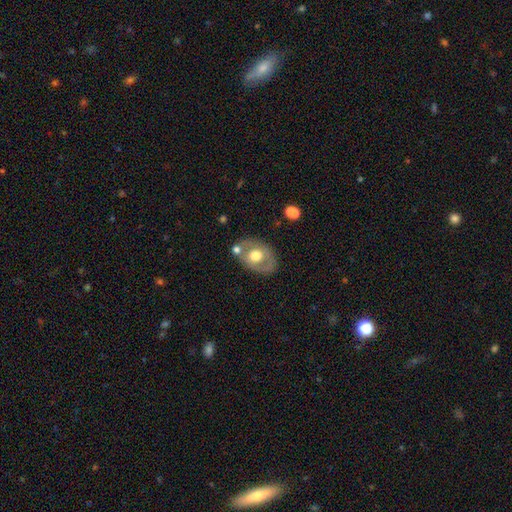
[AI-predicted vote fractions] A featured or disk galaxy (47%).

Vote fractions:
- Smooth or featured? featured or disk: 47% / smooth: 46% / star or artifact: 7%
- Merging? none: 68% / minor disturbance: 16% / merger: 10% / major disturbance: 6%